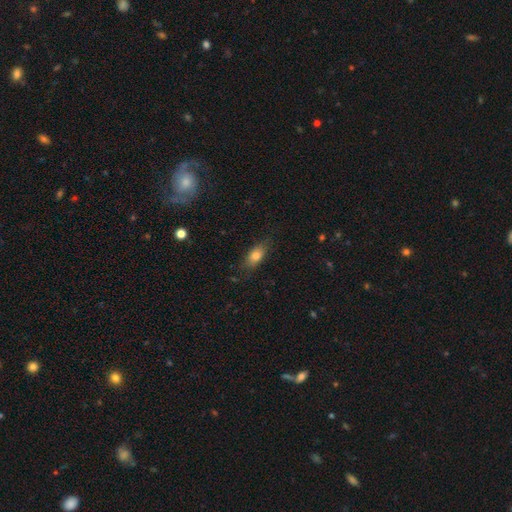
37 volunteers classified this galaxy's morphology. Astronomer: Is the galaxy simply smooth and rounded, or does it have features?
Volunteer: smooth — 78%.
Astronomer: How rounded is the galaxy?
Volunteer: in between — 76%.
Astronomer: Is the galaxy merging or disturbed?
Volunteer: none — 74%.